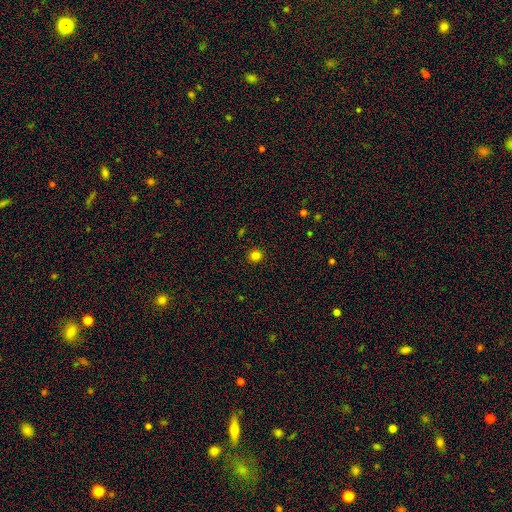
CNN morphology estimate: Smooth or featured?
  - smooth: 82% *
  - star or artifact: 14%
  - featured or disk: 4%
How rounded?
  - round: 93% *
  - in between: 6%
  - cigar-shaped: 1%
Merging?
  - none: 92% *
  - minor disturbance: 5%
  - major disturbance: 2%
  - merger: 1%